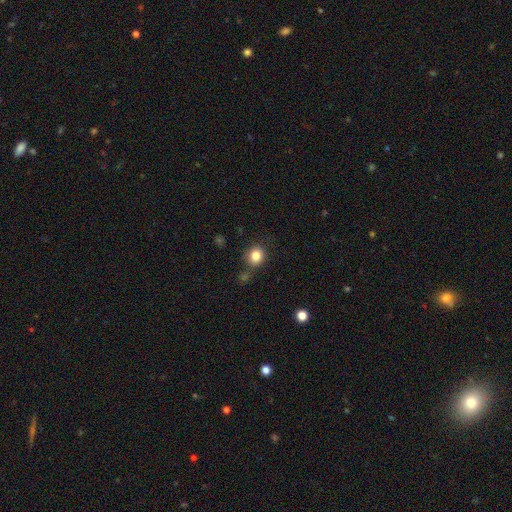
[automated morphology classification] The model was most divided on "how rounded": round: 78%, in between: 21%, cigar-shaped: 1%. More confident: smooth or featured — smooth (83%); merging — none (78%).